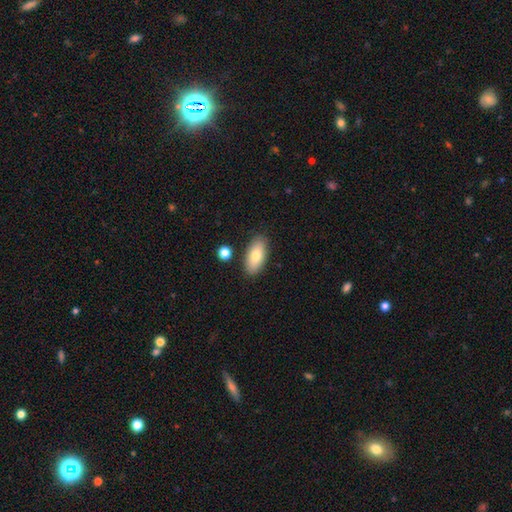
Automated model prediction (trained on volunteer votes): This appears to be a smooth galaxy with no disk features (77%) that is in between round and cigar-shaped (89%). Merging: none (85%).